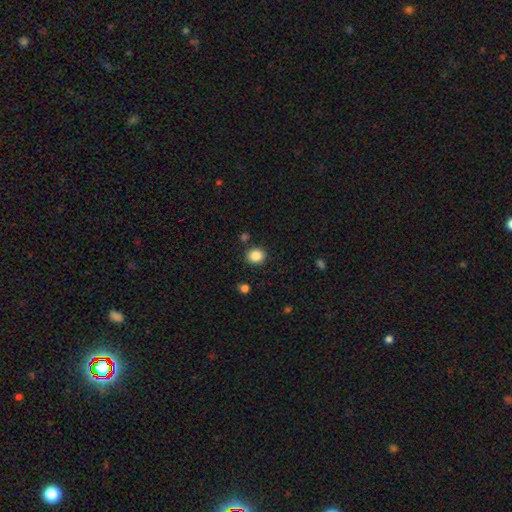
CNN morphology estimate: A smooth galaxy with no disk features (86%) that is round (82%). Merging: none (88%).